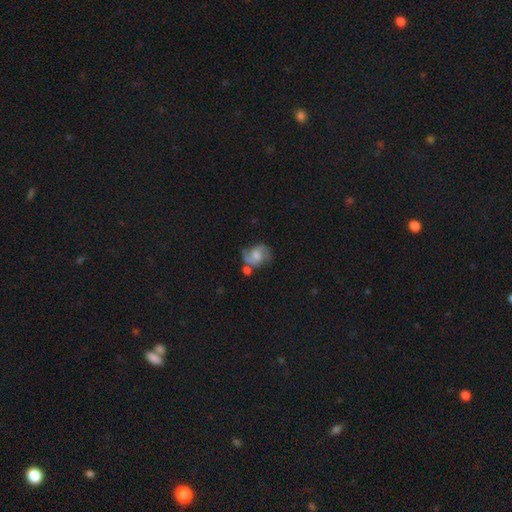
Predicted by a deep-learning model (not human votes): Smooth or featured: featured or disk — 73% (smooth — 19%)
Edge-on disk: no — 98% (yes — 2%)
Bar: no — 49% (weak — 43%)
Spiral arms: yes — 93% (no — 7%)
Spiral winding: medium — 51% (loose — 32%)
Spiral arm count: 2 — 87% (can't tell — 5%)
Bulge size: moderate — 44% (small — 29%)
Merging: none — 54% (minor disturbance — 20%)